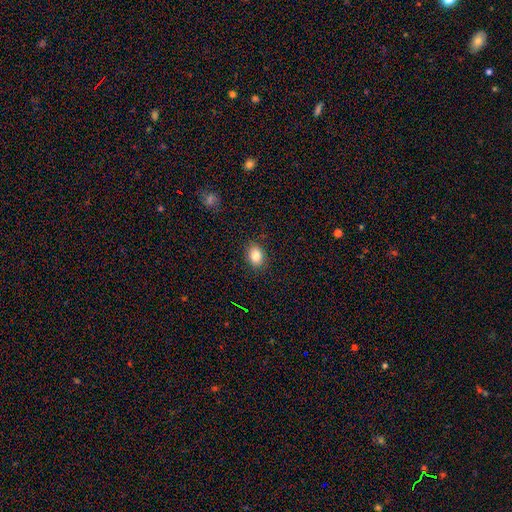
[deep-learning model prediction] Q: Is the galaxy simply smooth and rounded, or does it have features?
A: smooth — 83%.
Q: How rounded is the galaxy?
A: in between — 66%.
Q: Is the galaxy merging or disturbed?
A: none — 88%.